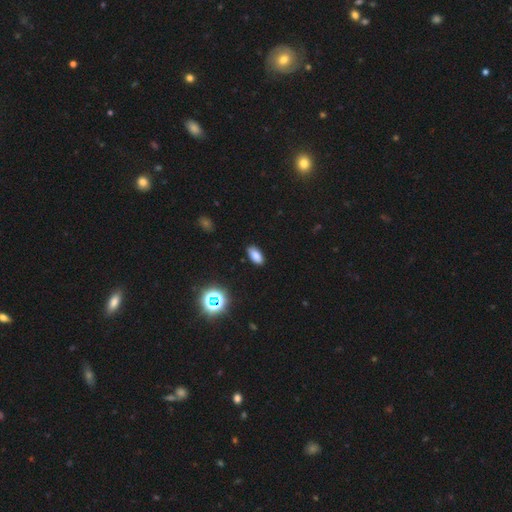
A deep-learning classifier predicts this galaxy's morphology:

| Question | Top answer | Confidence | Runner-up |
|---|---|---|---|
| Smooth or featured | smooth | 79% | star or artifact (15%) |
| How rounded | in between | 91% | cigar-shaped (5%) |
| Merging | none | 88% | minor disturbance (9%) |